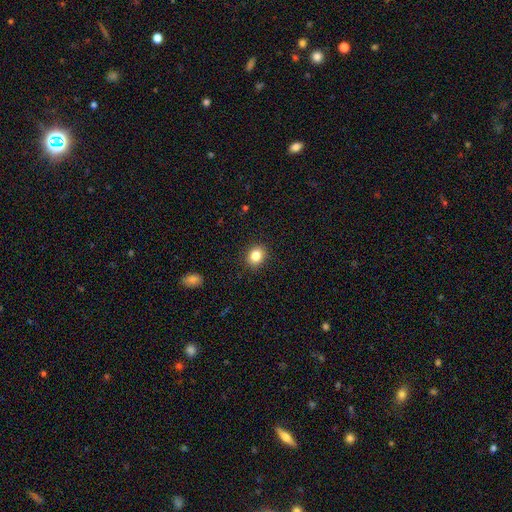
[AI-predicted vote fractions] This appears to be a smooth galaxy with no disk features (84%) that is round (65%). Merging: none (90%).